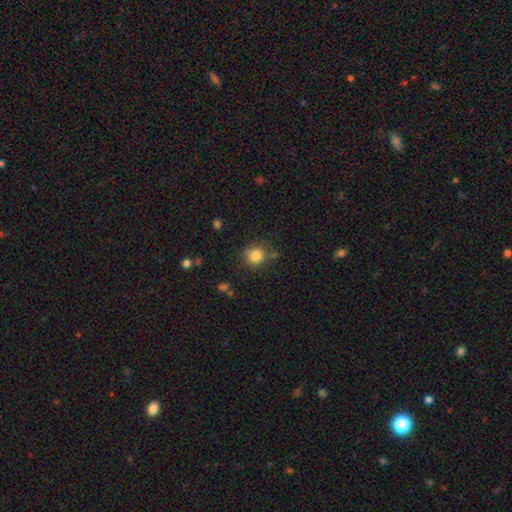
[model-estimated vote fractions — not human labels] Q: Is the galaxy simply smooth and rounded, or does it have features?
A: smooth — 83%.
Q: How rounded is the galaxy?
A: round — 86%.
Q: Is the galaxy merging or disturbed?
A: none — 76%.